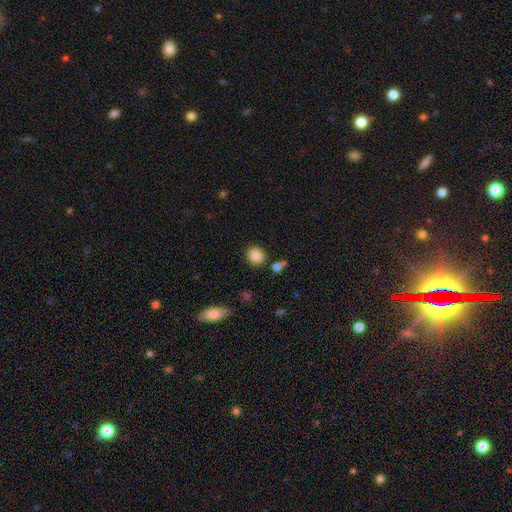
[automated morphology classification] Q: Smooth or featured?
A: smooth (87%); runner-up: star or artifact (9%)
Q: How rounded?
A: round (82%); runner-up: in between (17%)
Q: Merging?
A: none (85%); runner-up: minor disturbance (8%)